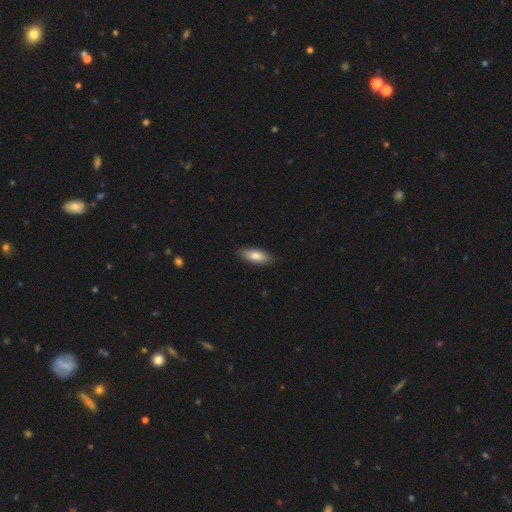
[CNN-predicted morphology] Smooth or featured? smooth (82%)
How rounded? in between (73%)
Merging? none (88%)